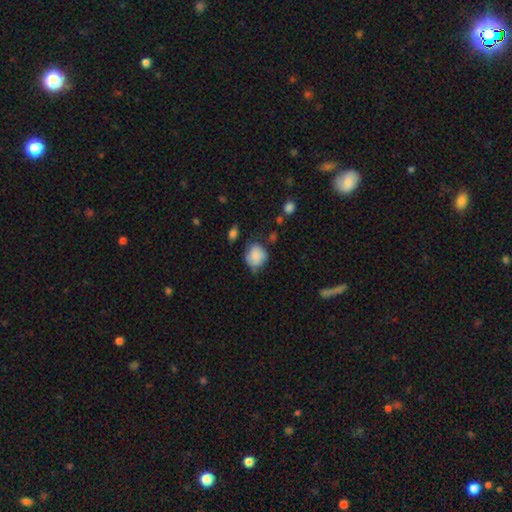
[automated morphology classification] type=smooth (76%); roundness=round (67%); merging=none (54%).